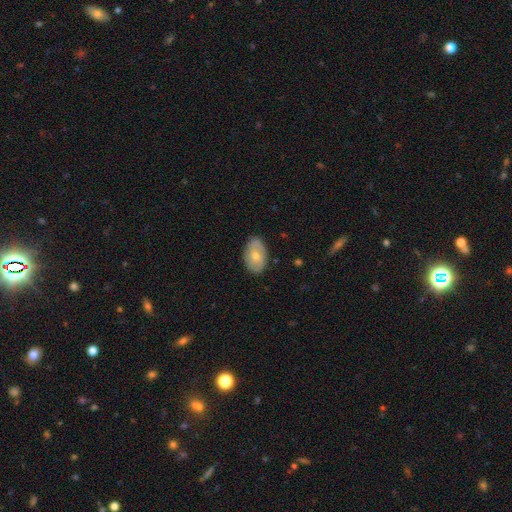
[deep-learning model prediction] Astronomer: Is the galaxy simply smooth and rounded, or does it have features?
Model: smooth — 52% (runner-up: featured or disk, 42%).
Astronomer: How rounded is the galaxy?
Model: in between — 88%.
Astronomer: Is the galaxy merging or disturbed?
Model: none — 80%.